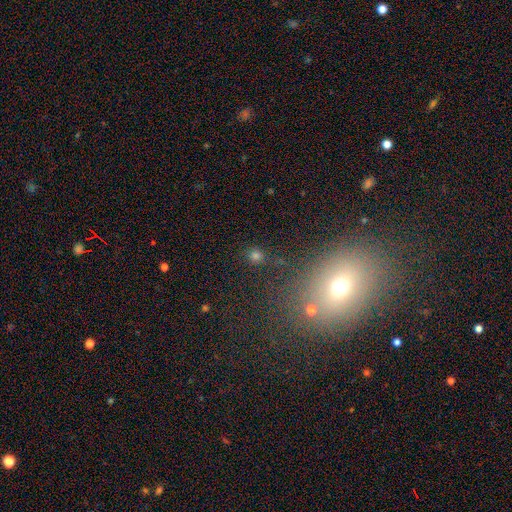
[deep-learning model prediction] Smooth or featured?
  - smooth: 65% *
  - star or artifact: 28%
  - featured or disk: 7%
How rounded?
  - round: 88% *
  - in between: 11%
  - cigar-shaped: 1%
Merging?
  - none: 83% *
  - minor disturbance: 8%
  - merger: 5%
  - major disturbance: 4%